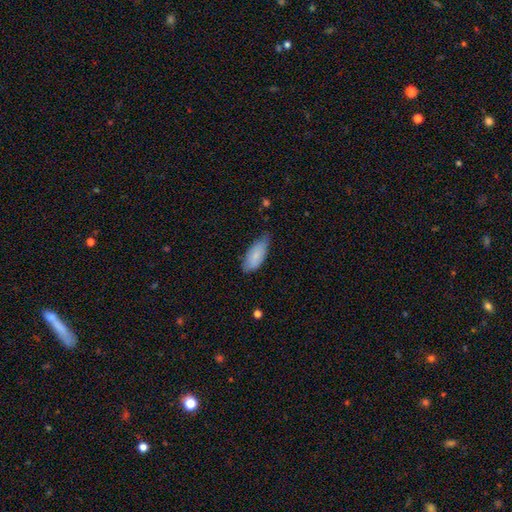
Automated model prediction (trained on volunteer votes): smooth-or-featured: smooth: 81% | featured or disk: 13% | star or artifact: 6%
  how-rounded: in between: 85% | cigar-shaped: 13% | round: 2%
  merging: none: 56% | minor disturbance: 37% | major disturbance: 5% | merger: 1%